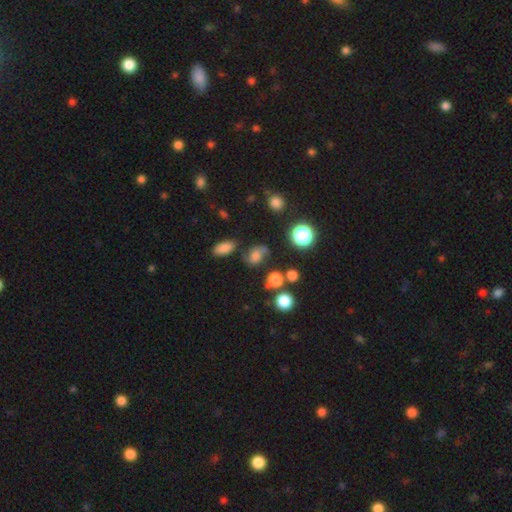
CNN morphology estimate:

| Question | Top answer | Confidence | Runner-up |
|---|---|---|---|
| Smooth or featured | smooth | 53% | featured or disk (27%) |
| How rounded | round | 49% | tied: in between (49%) |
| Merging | none | 61% | minor disturbance (21%) |